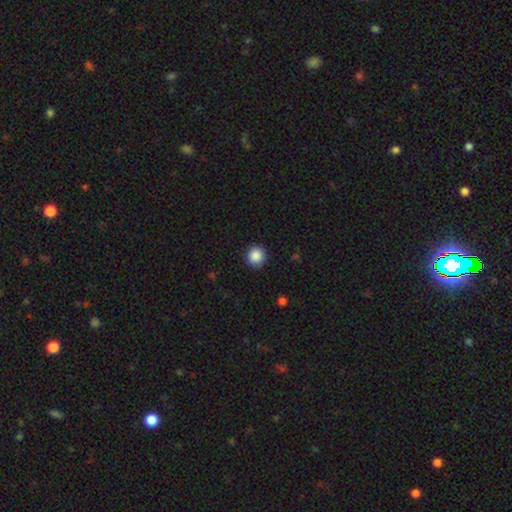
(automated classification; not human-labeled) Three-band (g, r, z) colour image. It shows a smooth galaxy with no disk features (88%) that is round (93%). Merging: none (91%).